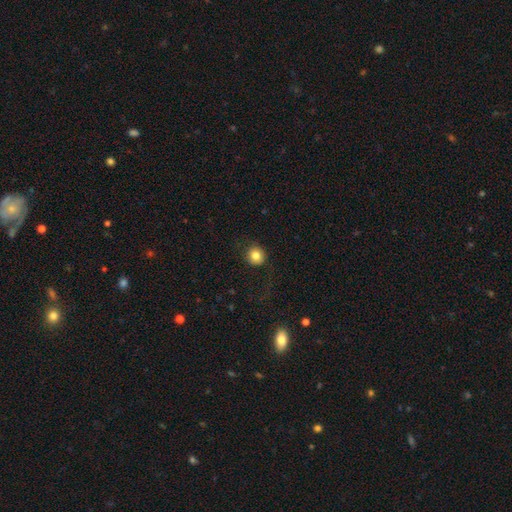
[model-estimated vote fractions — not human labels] This is clearly a smooth galaxy (82%). How rounded: clearly round (89%). Merging: clearly none (83%).